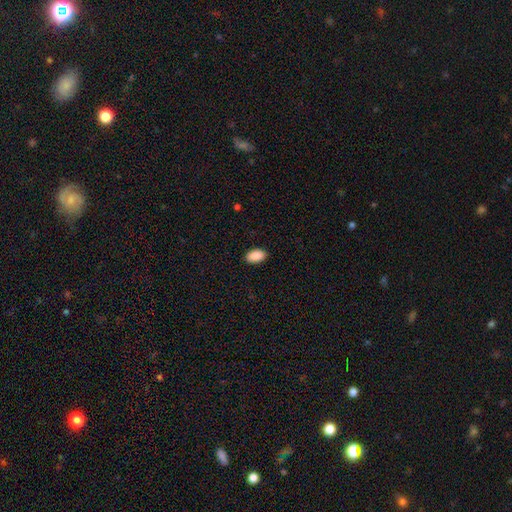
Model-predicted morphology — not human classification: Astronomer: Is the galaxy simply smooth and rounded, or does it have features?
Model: smooth — 91%.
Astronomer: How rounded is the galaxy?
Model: in between — 94%.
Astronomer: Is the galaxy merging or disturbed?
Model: none — 89%.